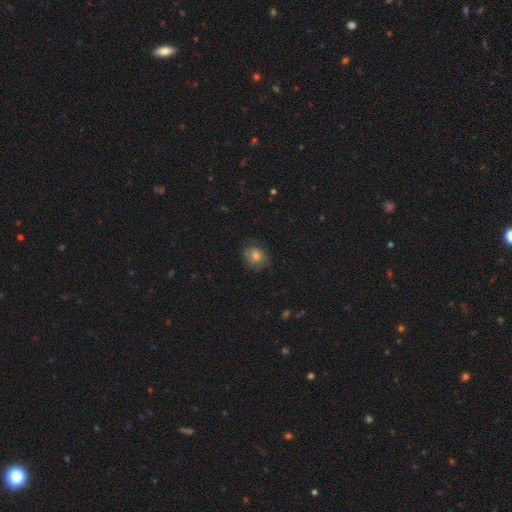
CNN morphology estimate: The model was most divided on "how rounded": round: 54%, in between: 45%, cigar-shaped: 1%. More confident: merging — none (75%); smooth or featured — smooth (68%).